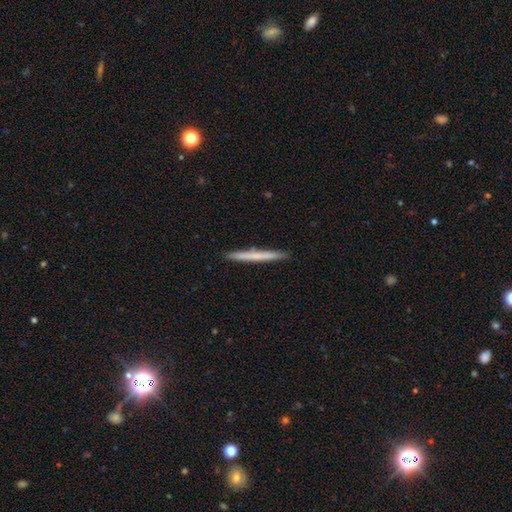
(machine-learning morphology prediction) type=smooth (57%); roundness=cigar-shaped (97%); merging=none (92%).